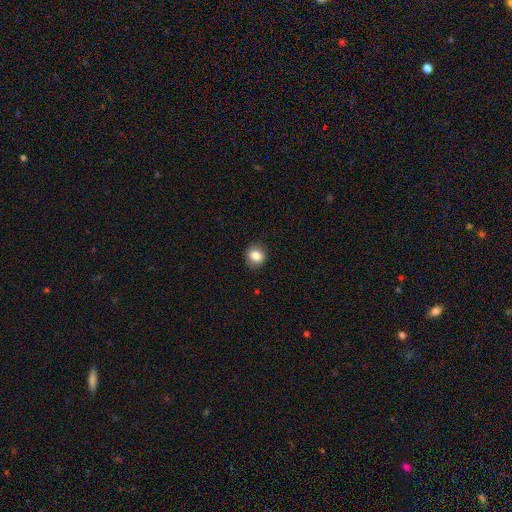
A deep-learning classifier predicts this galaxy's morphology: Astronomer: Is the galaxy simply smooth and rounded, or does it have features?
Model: smooth — 85%.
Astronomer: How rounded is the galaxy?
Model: round — 78%.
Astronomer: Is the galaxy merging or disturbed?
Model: none — 88%.